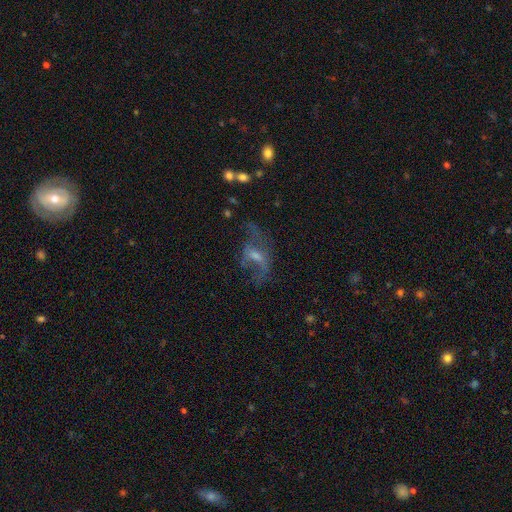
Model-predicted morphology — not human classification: Q: Smooth or featured?
A: featured or disk (60%); runner-up: smooth (21%)
Q: Edge-on disk?
A: no (90%); runner-up: yes (10%)
Q: Bar?
A: no (53%); runner-up: weak (35%)
Q: Spiral arms?
A: yes (53%); runner-up: no (47%)
Q: Bulge size?
A: small (48%); runner-up: moderate (35%)
Q: Merging?
A: none (44%); runner-up: major disturbance (33%)